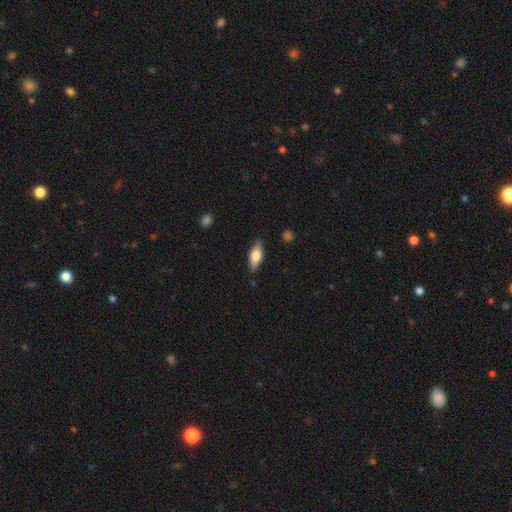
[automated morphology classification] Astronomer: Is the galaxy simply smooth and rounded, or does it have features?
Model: smooth — 61%.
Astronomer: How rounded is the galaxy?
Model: in between — 70%.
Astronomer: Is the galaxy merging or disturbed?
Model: none — 84%.